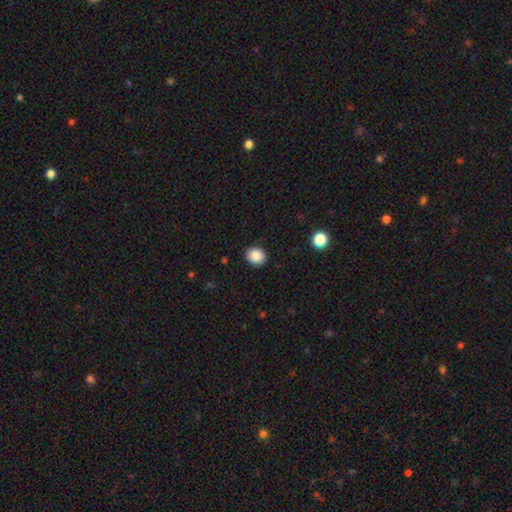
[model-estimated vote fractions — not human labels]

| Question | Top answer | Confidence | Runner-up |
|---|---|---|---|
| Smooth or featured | smooth | 87% | star or artifact (9%) |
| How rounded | round | 74% | in between (25%) |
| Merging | none | 91% | minor disturbance (6%) |